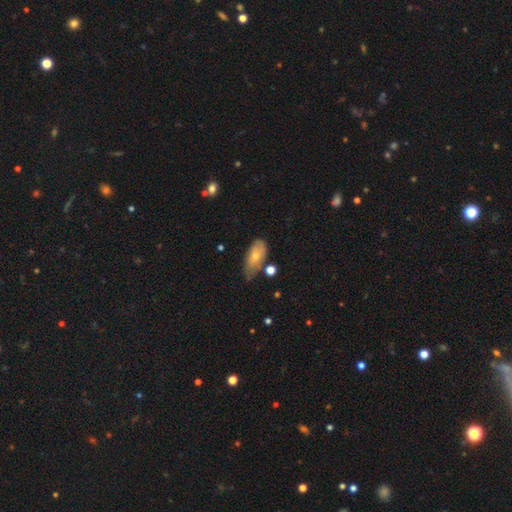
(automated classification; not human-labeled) Smooth or featured?
  - smooth: 68% *
  - featured or disk: 25%
  - star or artifact: 7%
How rounded?
  - in between: 89% *
  - cigar-shaped: 7%
  - round: 4%
Merging?
  - none: 45% *
  - minor disturbance: 39%
  - major disturbance: 10%
  - merger: 6%